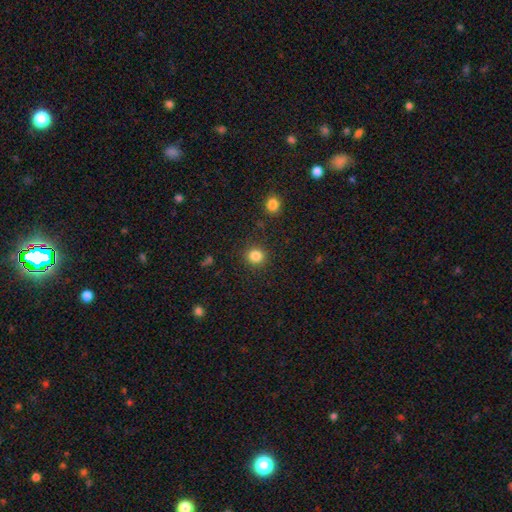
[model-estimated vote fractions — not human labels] The model was most divided on "smooth or featured": smooth: 84%, star or artifact: 11%, featured or disk: 4%. More confident: merging — none (89%); how rounded — round (87%).